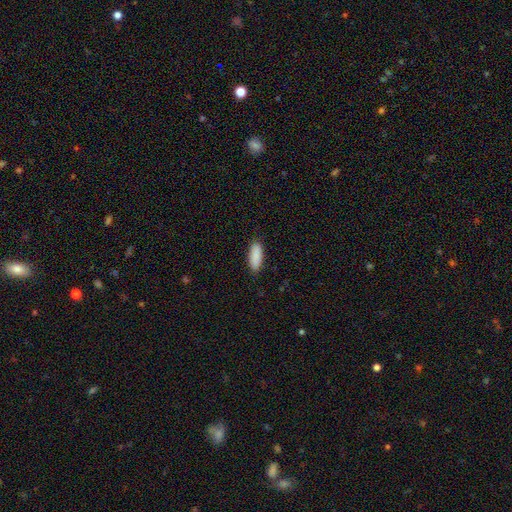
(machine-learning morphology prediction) This appears to be a smooth galaxy with no disk features (90%) that is in between round and cigar-shaped (71%). Merging: none (87%).